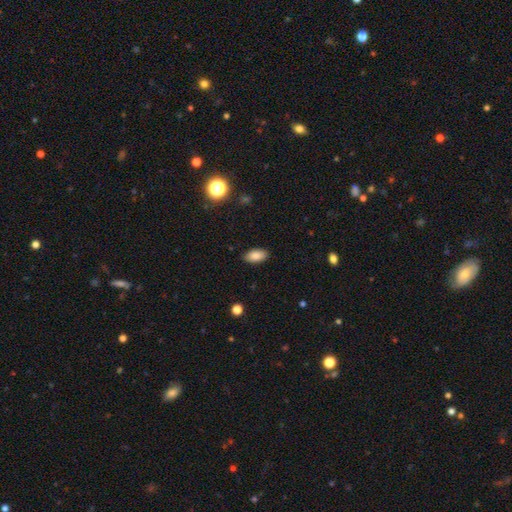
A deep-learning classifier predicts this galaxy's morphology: smooth_or_featured: smooth (p=0.86) [alt: star or artifact p=0.08]
how_rounded: in between (p=0.93) [alt: round p=0.04]
merging: none (p=0.88) [alt: minor disturbance p=0.09]